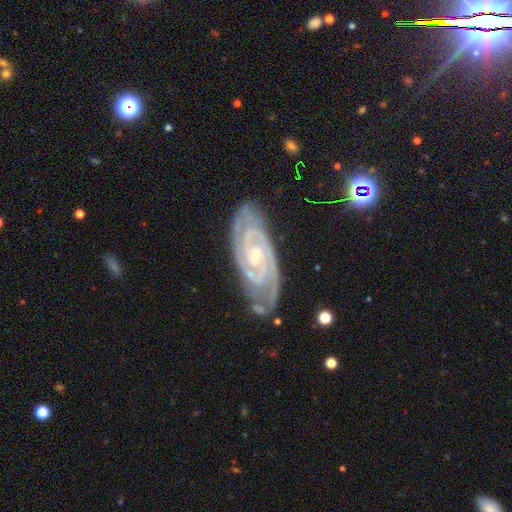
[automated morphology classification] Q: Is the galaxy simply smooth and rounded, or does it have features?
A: featured or disk — 91%.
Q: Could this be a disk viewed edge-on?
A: no — 95%.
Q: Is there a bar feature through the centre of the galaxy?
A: no — 51%.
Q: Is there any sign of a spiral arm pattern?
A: yes — 99%.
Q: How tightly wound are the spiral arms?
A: tight — 79%.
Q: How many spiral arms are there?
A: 2 — 72%.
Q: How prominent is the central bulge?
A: small — 62%.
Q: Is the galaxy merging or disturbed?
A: none — 75%.